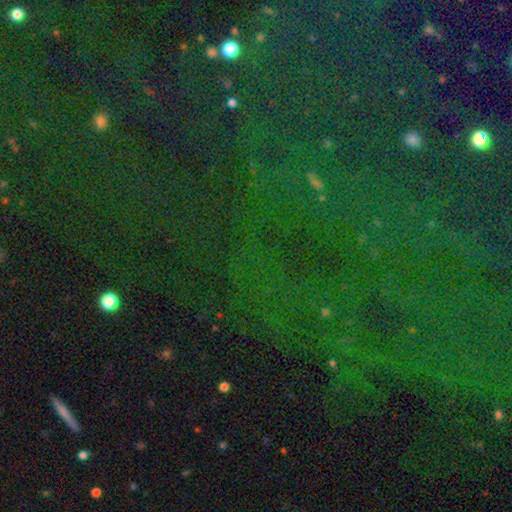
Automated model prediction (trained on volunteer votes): The model was most divided on "smooth or featured": star or artifact: 83%, smooth: 9%, featured or disk: 7%.